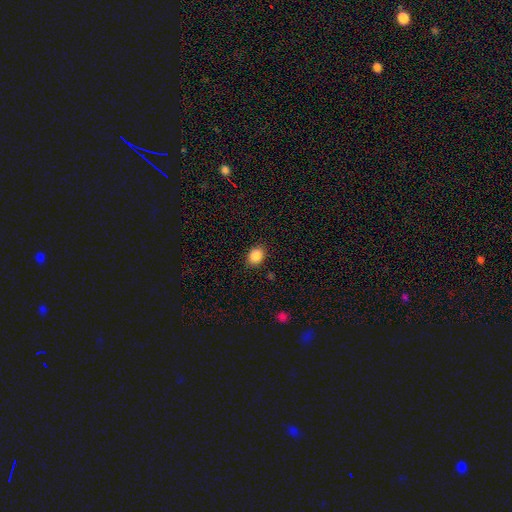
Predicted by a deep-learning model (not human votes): This is clearly a smooth galaxy (88%). How rounded: likely in between (60%). Merging: clearly none (87%).